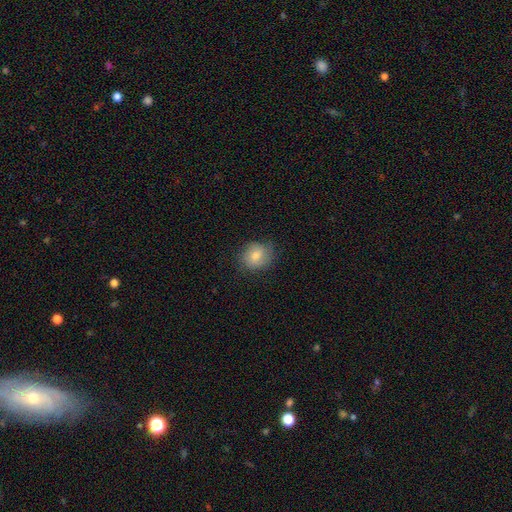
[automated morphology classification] Overall: smooth (75%). How rounded: round (69%; in between 30%). Merging: none (73%).